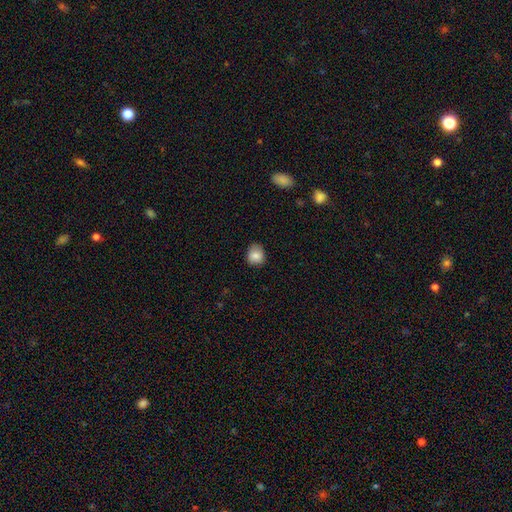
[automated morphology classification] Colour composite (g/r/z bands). It shows a smooth galaxy with no disk features (85%) that is round (67%). Merging: none (77%).